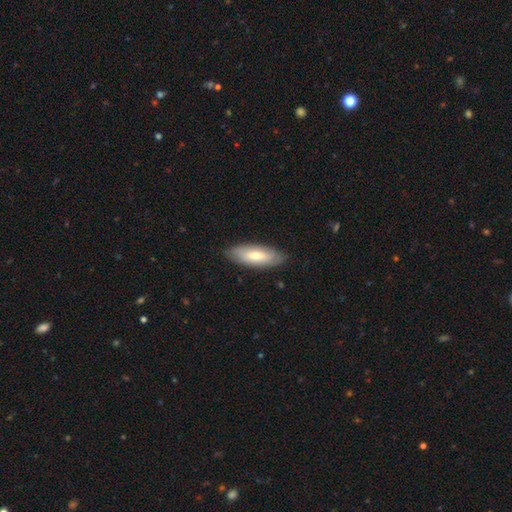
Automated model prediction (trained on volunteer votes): Q: Smooth or featured?
A: smooth (65%); runner-up: featured or disk (30%)
Q: How rounded?
A: in between (71%); runner-up: cigar-shaped (27%)
Q: Merging?
A: none (84%); runner-up: minor disturbance (12%)